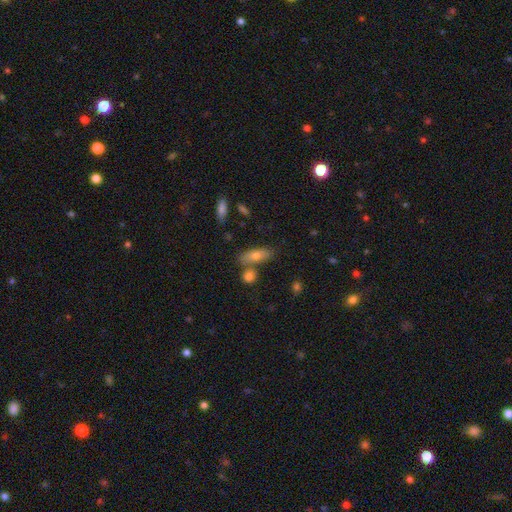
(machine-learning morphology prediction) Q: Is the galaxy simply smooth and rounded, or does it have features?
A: smooth — 69%.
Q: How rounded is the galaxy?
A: in between — 58%.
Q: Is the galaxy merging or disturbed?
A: none — 64%.